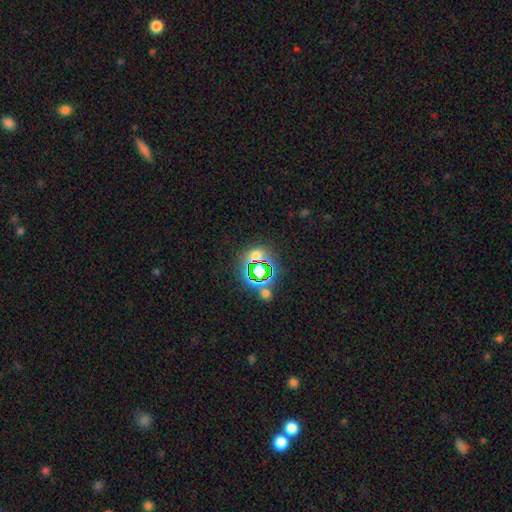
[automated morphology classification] Smooth or featured?
  - star or artifact: 58% *
  - smooth: 32%
  - featured or disk: 9%